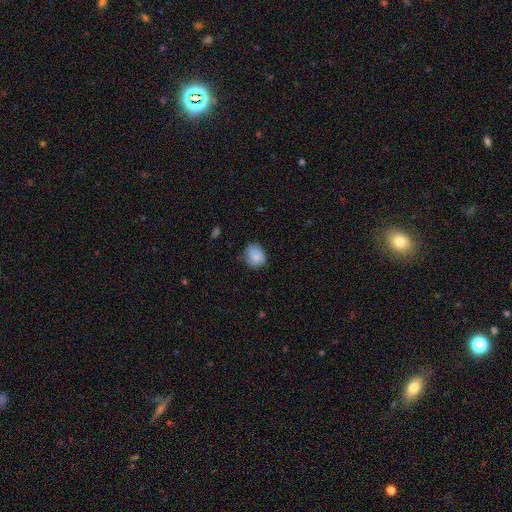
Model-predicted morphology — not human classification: Smooth or featured? Predicted: smooth (p=0.79). How rounded? Predicted: round (p=0.53). Merging? Predicted: none (p=0.63).